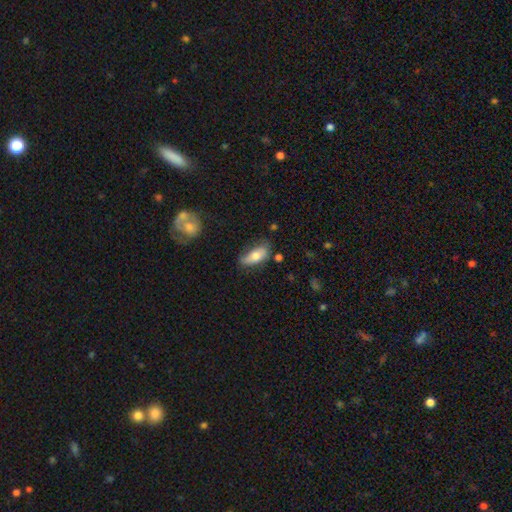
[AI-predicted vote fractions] Q: Smooth or featured?
A: smooth (71%); runner-up: featured or disk (23%)
Q: How rounded?
A: in between (82%); runner-up: cigar-shaped (15%)
Q: Merging?
A: none (56%); runner-up: minor disturbance (31%)